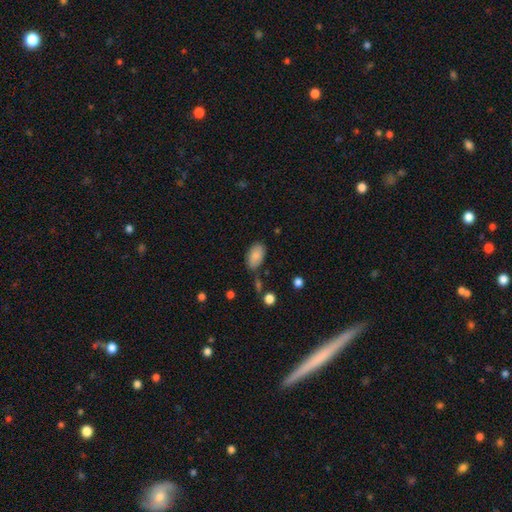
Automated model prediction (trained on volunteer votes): Morphology: type=smooth (86%); roundness=in between (94%); merging=none (73%).